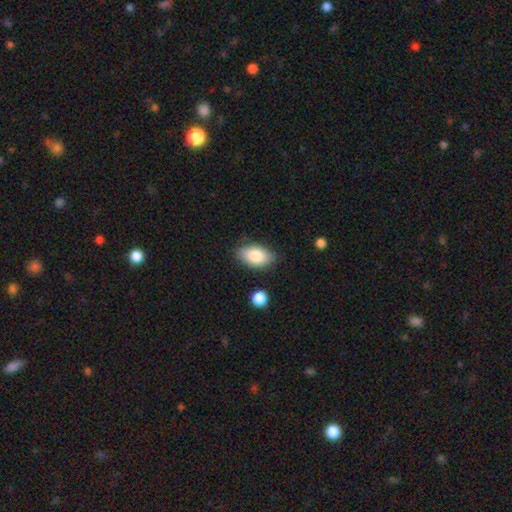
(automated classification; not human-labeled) smooth-or-featured: smooth: 83% | featured or disk: 10% | star or artifact: 7%
  how-rounded: in between: 92% | round: 6% | cigar-shaped: 2%
  merging: none: 80% | minor disturbance: 14% | major disturbance: 3% | merger: 2%